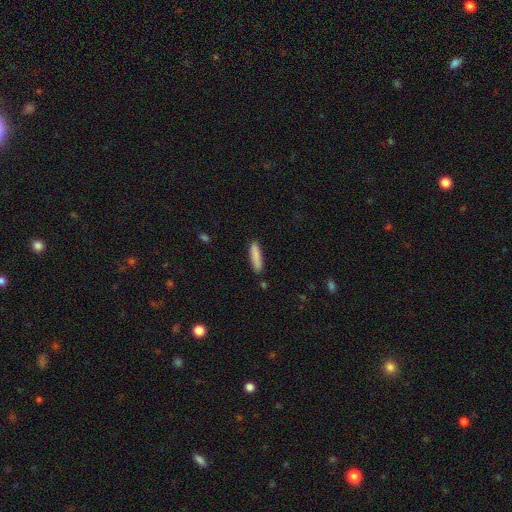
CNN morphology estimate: The model was most divided on "how rounded": cigar-shaped: 81%, in between: 18%, round: 1%. More confident: smooth or featured — smooth (86%); merging — none (86%).